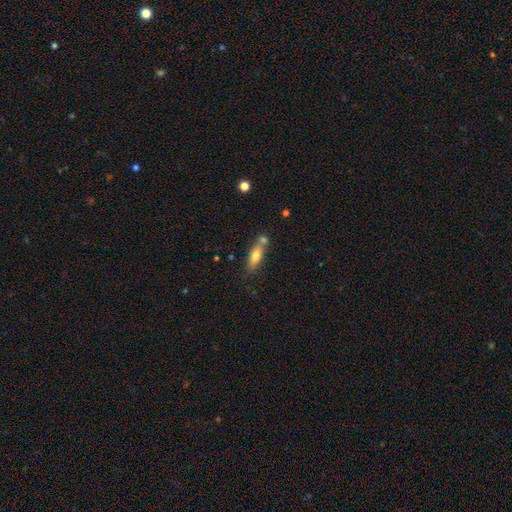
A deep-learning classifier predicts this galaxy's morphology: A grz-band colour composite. It shows a smooth galaxy with no disk features (69%) that is in between round and cigar-shaped (49%). Merging: none (52%).